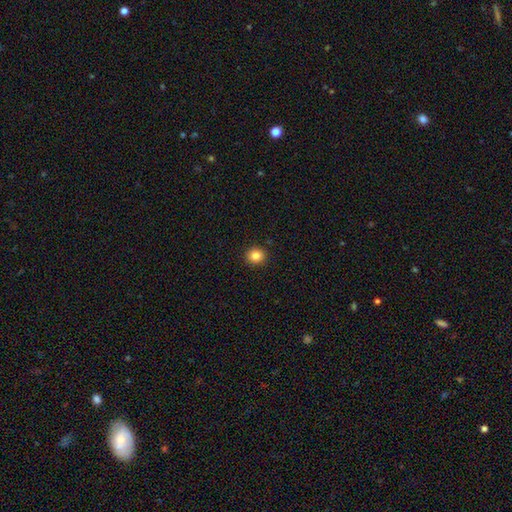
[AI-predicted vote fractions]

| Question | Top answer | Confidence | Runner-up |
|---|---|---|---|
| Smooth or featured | smooth | 84% | star or artifact (11%) |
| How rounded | round | 88% | in between (11%) |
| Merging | none | 92% | minor disturbance (5%) |